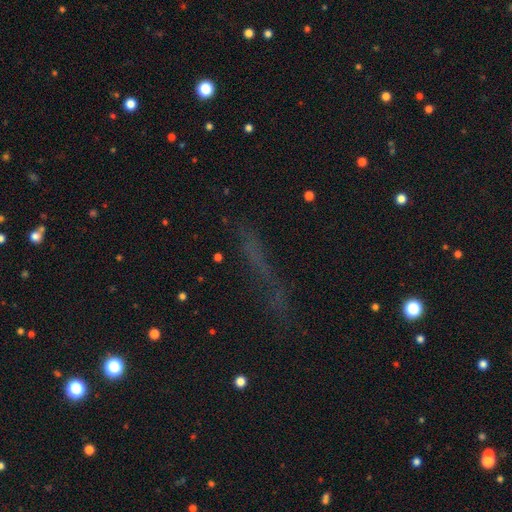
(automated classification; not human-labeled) Smooth or featured? Predicted: star or artifact (p=0.44).